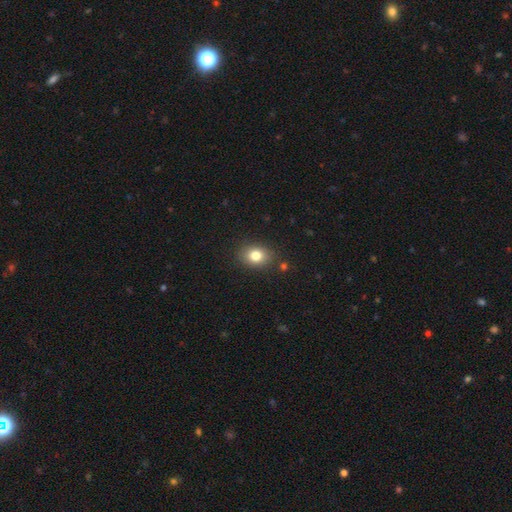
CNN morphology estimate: Smooth or featured? smooth (81%)
How rounded? in between (53%)
Merging? none (85%)